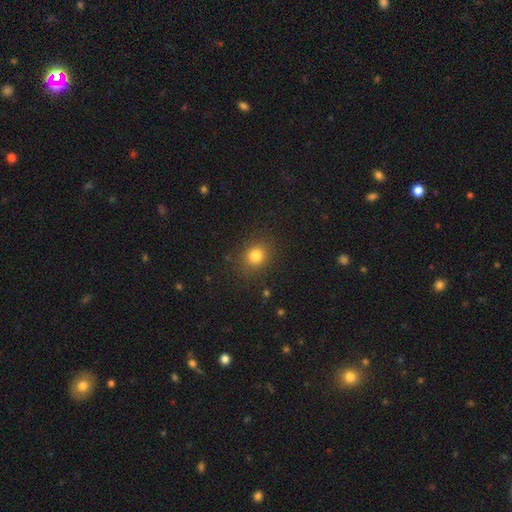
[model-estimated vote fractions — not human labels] Smooth or featured? smooth (81%)
How rounded? round (77%)
Merging? none (86%)